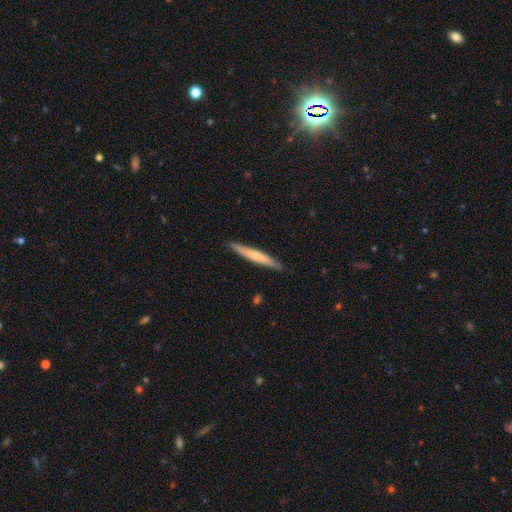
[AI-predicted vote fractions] smooth 56%, featured or disk 39%, star or artifact 5%. Down the decision tree: how rounded — cigar-shaped (95%); merging — none (89%).